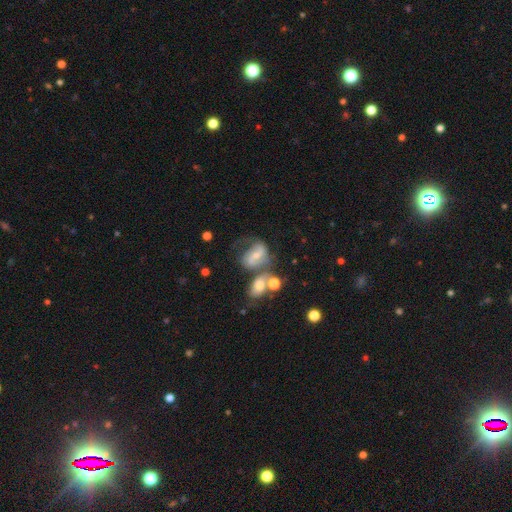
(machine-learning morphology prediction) smooth_or_featured: featured or disk (p=0.67) [alt: smooth p=0.23]
disk_edge_on: no (p=0.96) [alt: yes p=0.04]
bar: weak (p=0.41) [alt: no p=0.31]
has_spiral_arms: yes (p=0.85) [alt: no p=0.15]
spiral_winding: medium (p=0.44) [alt: loose p=0.37]
spiral_arm_count: 2 (p=0.73) [alt: can't tell p=0.12]
bulge_size: small (p=0.54) [alt: moderate p=0.36]
merging: none (p=0.31) [alt: merger p=0.30]